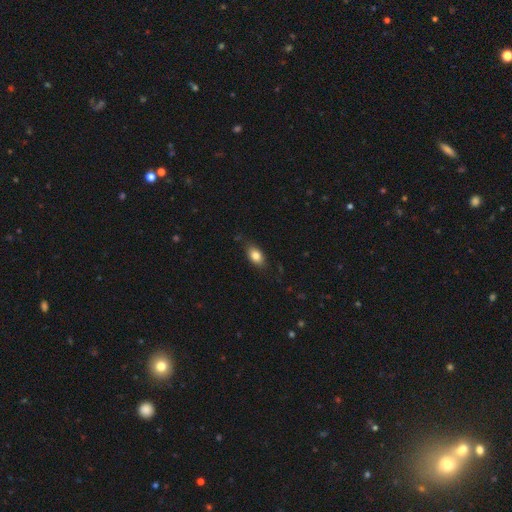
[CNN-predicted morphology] Smooth or featured? smooth (83%)
How rounded? in between (88%)
Merging? none (79%)